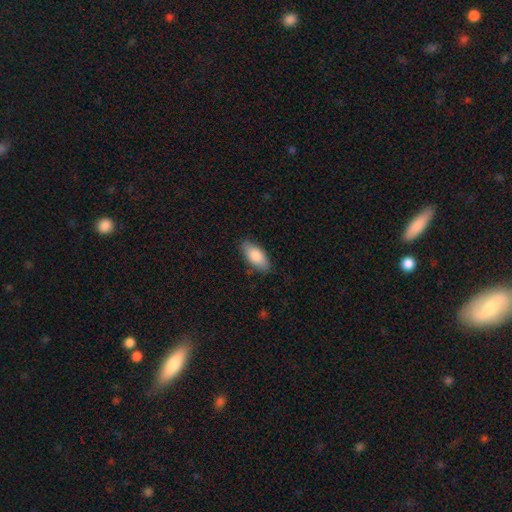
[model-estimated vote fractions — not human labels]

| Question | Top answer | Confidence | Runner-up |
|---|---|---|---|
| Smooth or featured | smooth | 83% | featured or disk (11%) |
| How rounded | in between | 89% | cigar-shaped (9%) |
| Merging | none | 84% | minor disturbance (13%) |